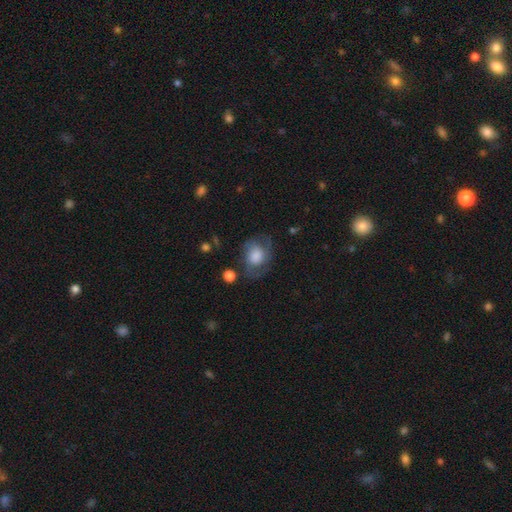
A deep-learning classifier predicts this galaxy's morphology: Smooth or featured? Predicted: featured or disk (p=0.50). Edge-on disk? Predicted: no (p=0.97). Merging? Predicted: none (p=0.61).